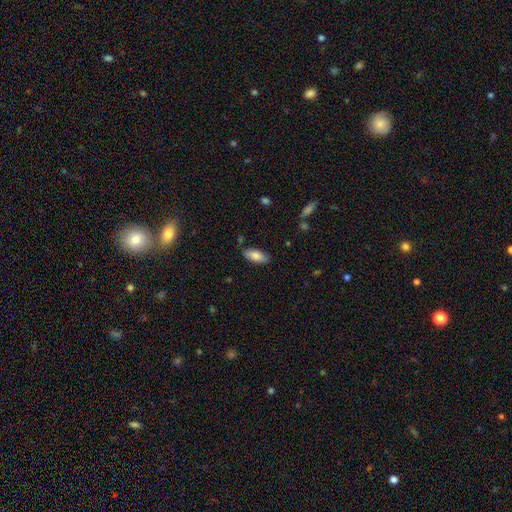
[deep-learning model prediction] smooth 81%, featured or disk 12%, star or artifact 7%. Down the decision tree: how rounded — in between (85%); merging — none (83%).